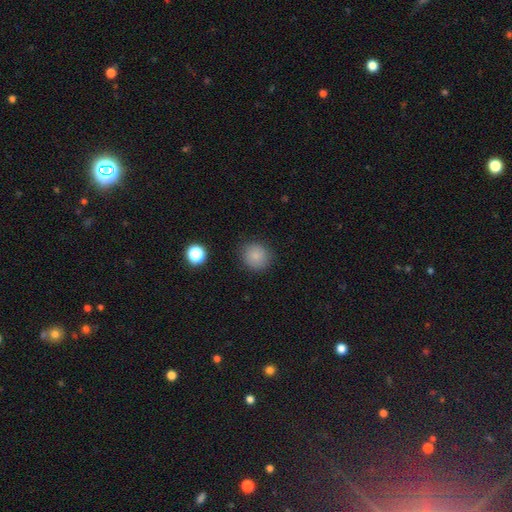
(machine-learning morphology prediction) type=smooth (83%); roundness=round (90%); merging=none (88%).